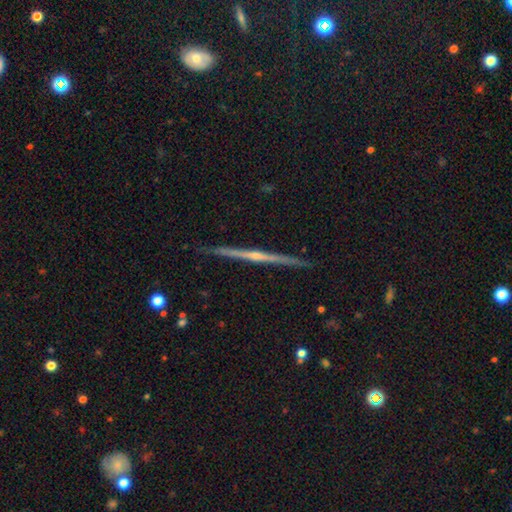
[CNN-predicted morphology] A featured or disk galaxy (81%) viewed edge-on (98%) with a rounded central bulge (71%).

Vote fractions:
- Smooth or featured? featured or disk: 81% / smooth: 11% / star or artifact: 8%
- Edge-on disk? yes: 98% / no: 2%
- Edge-on bulge? rounded: 71% / none: 23% / boxy: 7%
- Merging? none: 91% / minor disturbance: 6% / major disturbance: 1% / merger: 1%